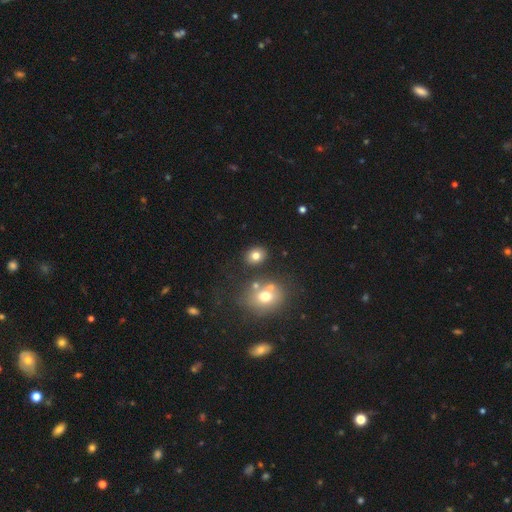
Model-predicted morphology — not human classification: Overall: smooth (76%). How rounded: round (55%; in between 44%). Merging: none (78%).